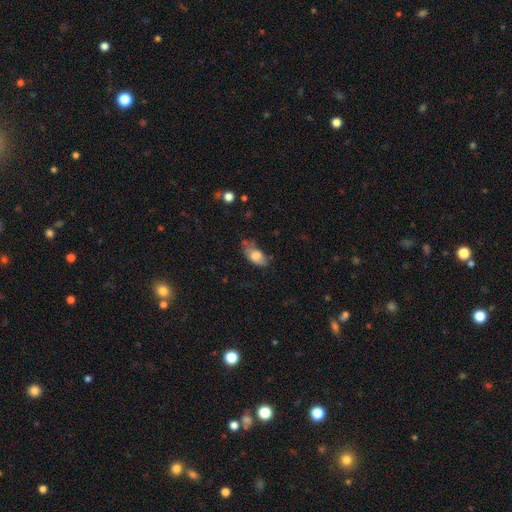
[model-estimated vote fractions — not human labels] Overall: smooth (74%). How rounded: in between (90%). Merging: none (44%; minor disturbance 37%).